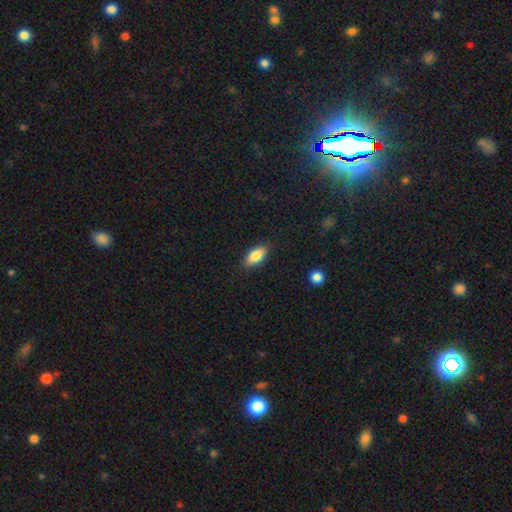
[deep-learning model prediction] smooth 80%, featured or disk 13%, star or artifact 7%. Down the decision tree: how rounded — in between (86%); merging — none (87%).